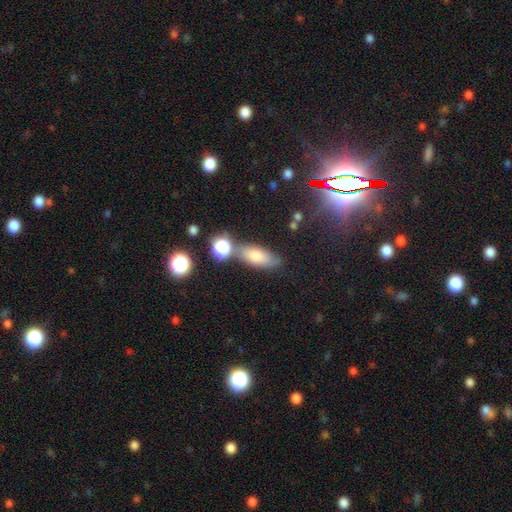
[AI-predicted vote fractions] The model was most divided on "how rounded": in between: 73%, cigar-shaped: 21%, round: 6%. More confident: smooth or featured — smooth (71%); merging — none (68%).